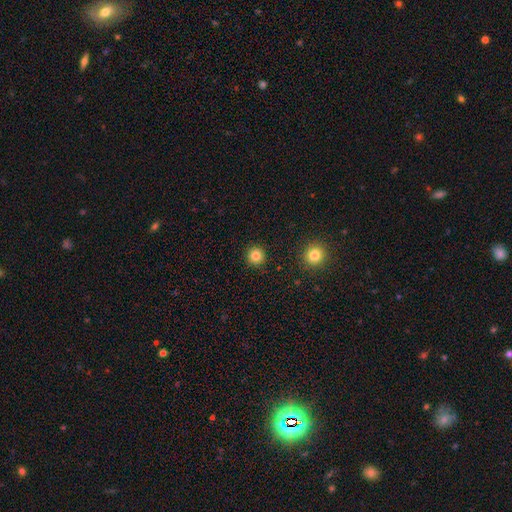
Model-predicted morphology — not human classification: Smooth or featured? smooth (83%)
How rounded? round (95%)
Merging? none (92%)